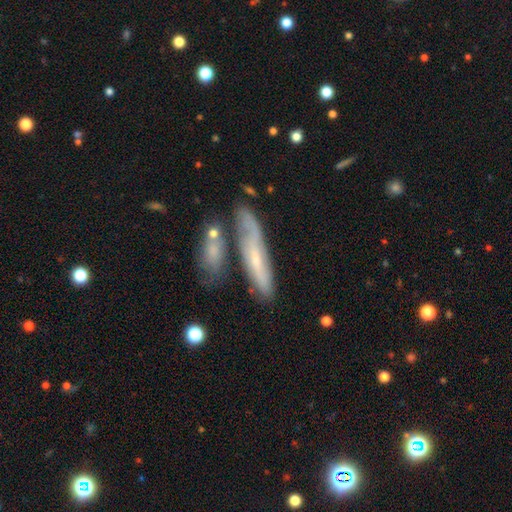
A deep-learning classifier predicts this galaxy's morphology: A featured or disk galaxy (53%) viewed edge-on (62%).

Vote fractions:
- Smooth or featured? featured or disk: 53% / smooth: 38% / star or artifact: 10%
- Edge-on disk? yes: 62% / no: 38%
- Merging? none: 60% / merger: 18% / minor disturbance: 17% / major disturbance: 6%